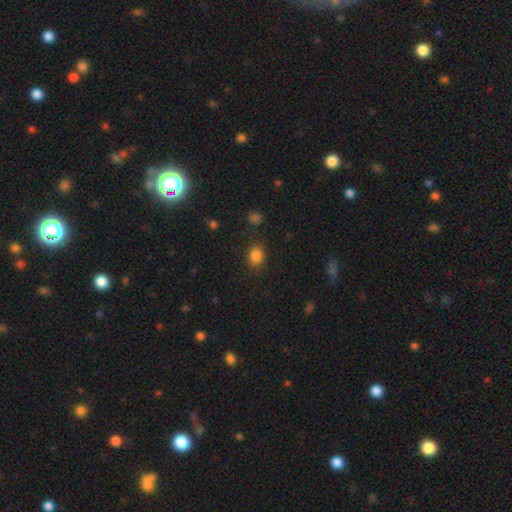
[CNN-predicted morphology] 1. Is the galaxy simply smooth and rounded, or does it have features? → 83% smooth, 12% star or artifact, 5% featured or disk.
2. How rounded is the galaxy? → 55% in between, 44% round, 1% cigar-shaped.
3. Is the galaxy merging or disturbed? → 83% none, 11% minor disturbance, 4% major disturbance, 2% merger.